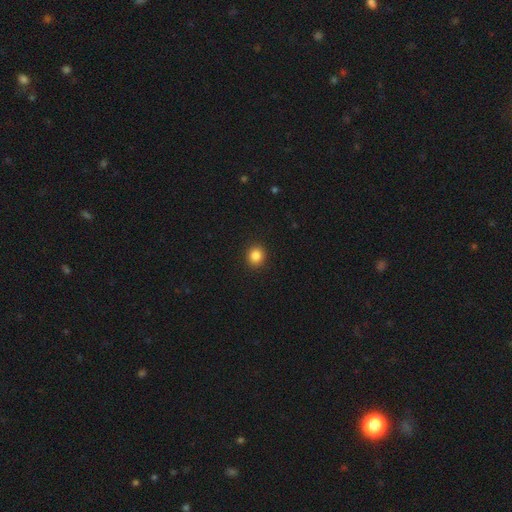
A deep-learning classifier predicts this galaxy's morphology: Smooth or featured? Predicted: smooth (p=0.85). How rounded? Predicted: round (p=0.84). Merging? Predicted: none (p=0.92).